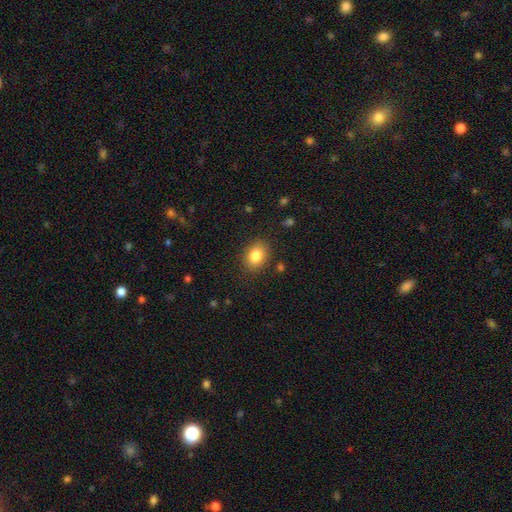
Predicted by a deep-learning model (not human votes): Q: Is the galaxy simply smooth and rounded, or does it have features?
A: smooth — 83%.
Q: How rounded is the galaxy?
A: in between — 64%.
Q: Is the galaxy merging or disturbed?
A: none — 86%.